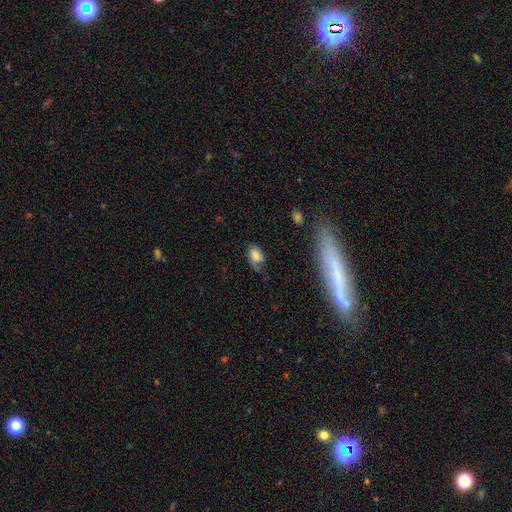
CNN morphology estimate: Overall: smooth (63%; featured or disk 28%). How rounded: in between (84%). Merging: none (51%; minor disturbance 31%).